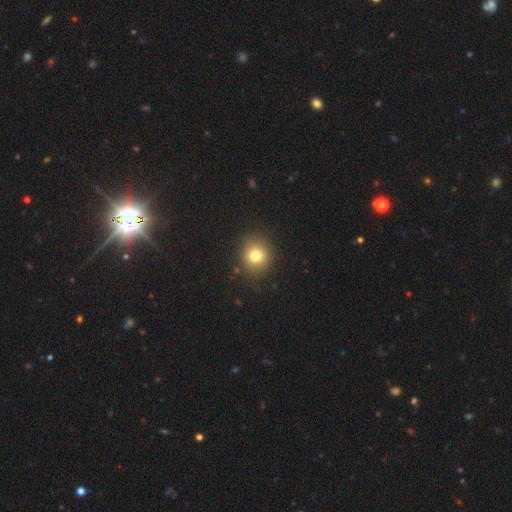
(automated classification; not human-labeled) Smooth or featured? Predicted: smooth (p=0.78). How rounded? Predicted: round (p=0.85). Merging? Predicted: none (p=0.87).